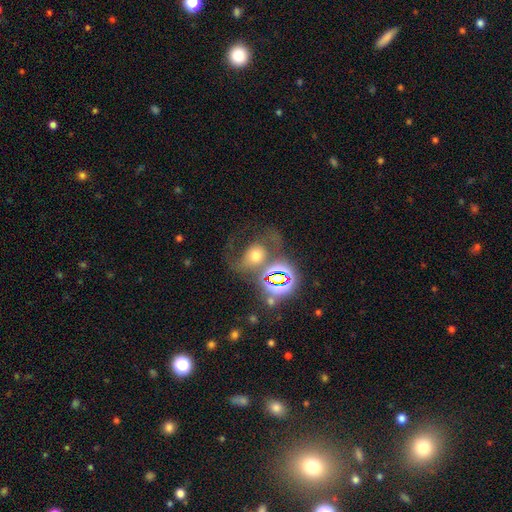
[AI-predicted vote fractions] Smooth or featured: smooth — 44% (featured or disk — 30%)
Merging: none — 37% (major disturbance — 30%)